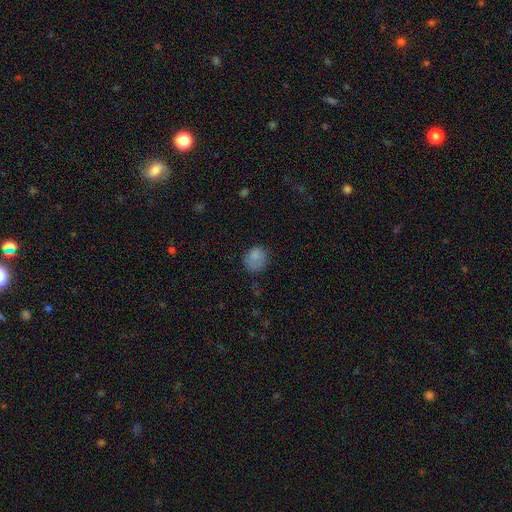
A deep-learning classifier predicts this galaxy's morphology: A smooth galaxy with no disk features (80%) that is round (74%). Merging: none (62%).